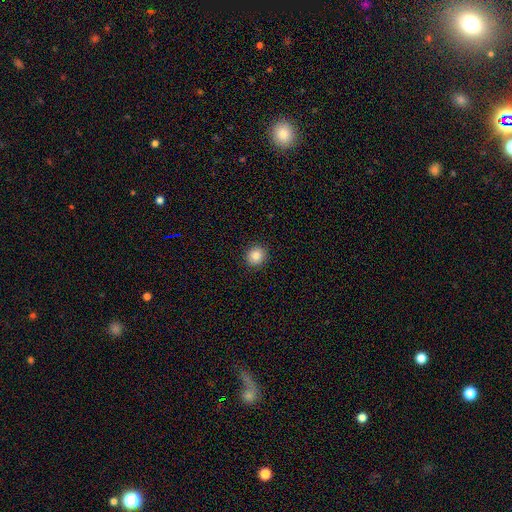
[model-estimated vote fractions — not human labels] This appears to be a smooth galaxy with no disk features (87%) that is round (88%). Merging: none (91%).